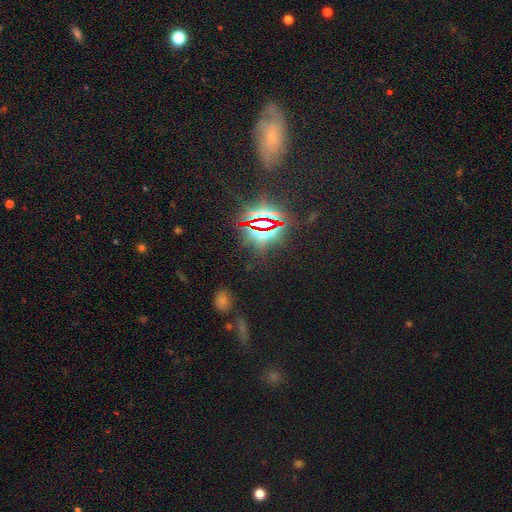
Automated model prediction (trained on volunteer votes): This is likely a star or artifact rather than a galaxy (75%).